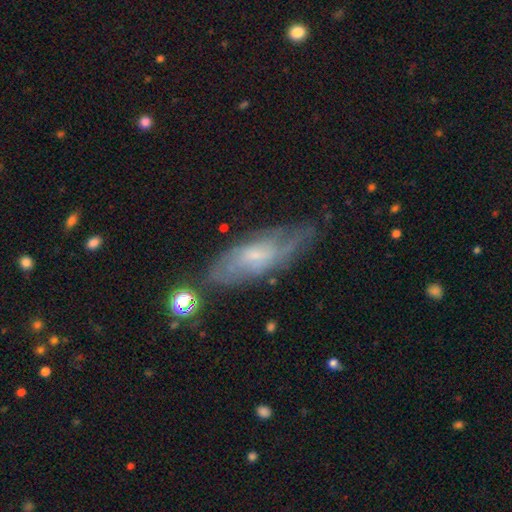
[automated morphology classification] Smooth or featured: featured or disk — 61% (smooth — 31%)
Edge-on disk: no — 77% (yes — 23%)
Merging: none — 66% (minor disturbance — 22%)